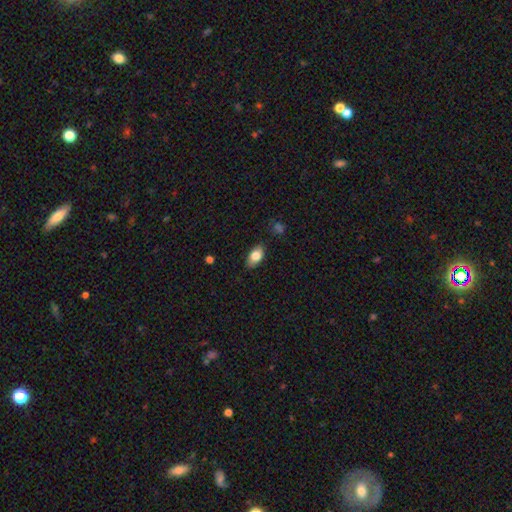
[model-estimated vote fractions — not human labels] A smooth galaxy with no disk features (79%) that is in between round and cigar-shaped (90%). Merging: none (83%).